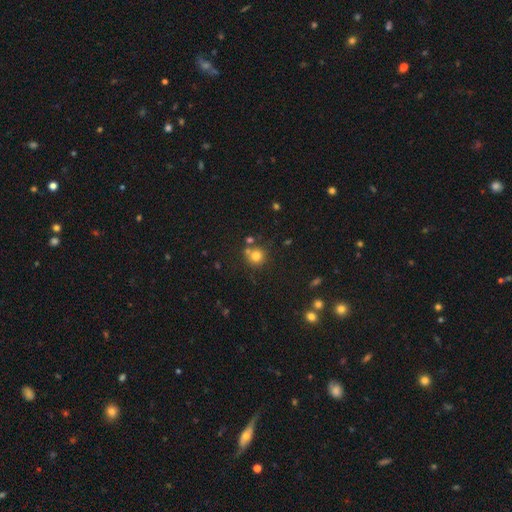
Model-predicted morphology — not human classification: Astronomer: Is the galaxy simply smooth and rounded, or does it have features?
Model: smooth — 78%.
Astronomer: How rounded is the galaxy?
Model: round — 91%.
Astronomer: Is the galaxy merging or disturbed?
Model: none — 68%.